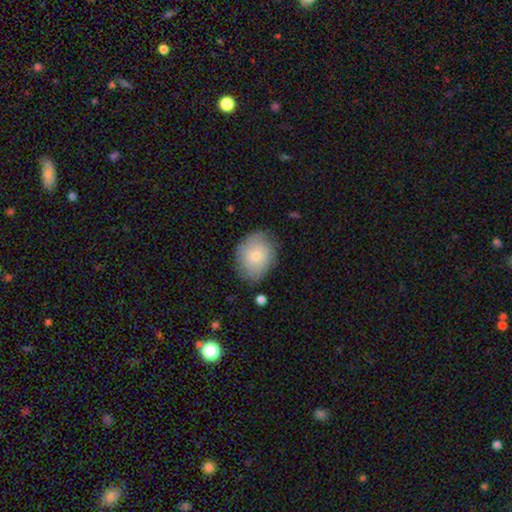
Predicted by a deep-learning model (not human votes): Overall: smooth (71%). How rounded: in between (54%; round 45%). Merging: none (76%).